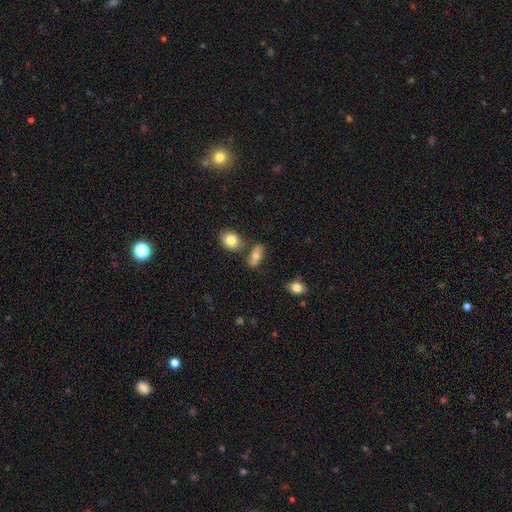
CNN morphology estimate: The model was most divided on "smooth or featured": smooth: 67%, featured or disk: 23%, star or artifact: 10%. More confident: how rounded — in between (74%); merging — none (62%).